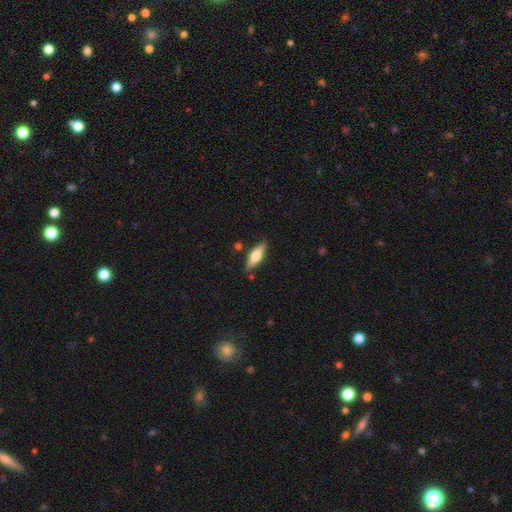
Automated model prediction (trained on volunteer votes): Q: Smooth or featured?
A: smooth (58%); runner-up: featured or disk (36%)
Q: How rounded?
A: cigar-shaped (49%); tied with: in between (49%)
Q: Merging?
A: none (83%); runner-up: minor disturbance (11%)